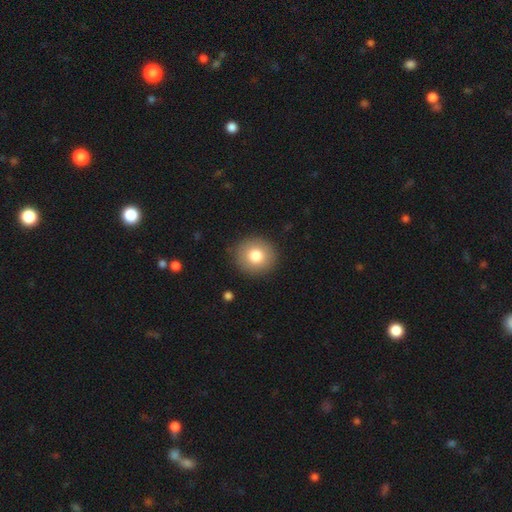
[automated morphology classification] This appears to be a smooth galaxy with no disk features (79%) that is round (90%). Merging: none (90%).